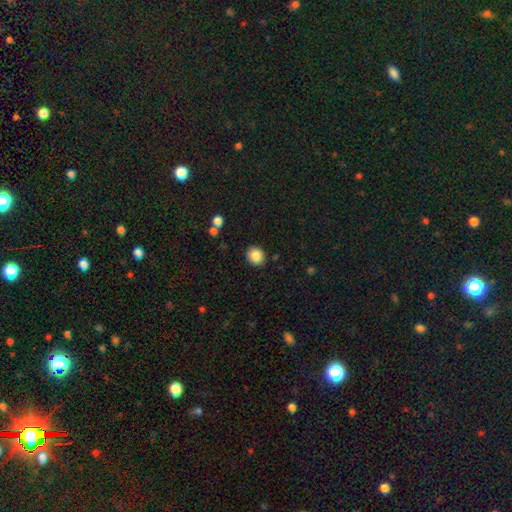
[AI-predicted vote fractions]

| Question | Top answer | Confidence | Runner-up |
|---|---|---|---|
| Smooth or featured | smooth | 86% | star or artifact (9%) |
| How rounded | round | 70% | in between (30%) |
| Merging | none | 89% | minor disturbance (7%) |